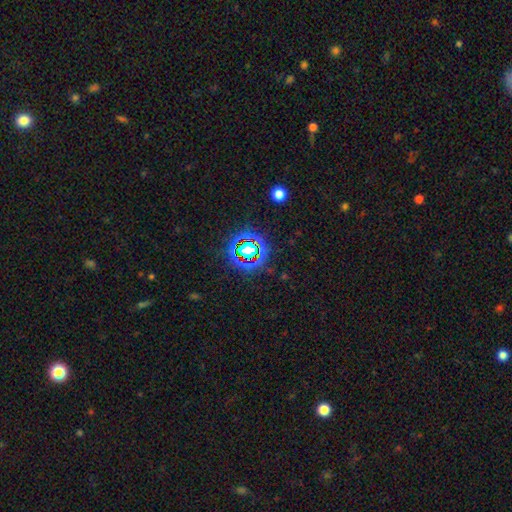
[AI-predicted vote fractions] smooth_or_featured: star or artifact (p=0.71) [alt: smooth p=0.21]